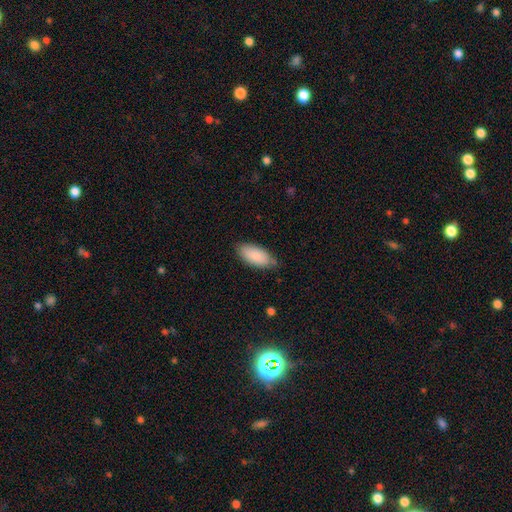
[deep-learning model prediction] Smooth or featured? Predicted: smooth (p=0.87). How rounded? Predicted: in between (p=0.90). Merging? Predicted: none (p=0.78).